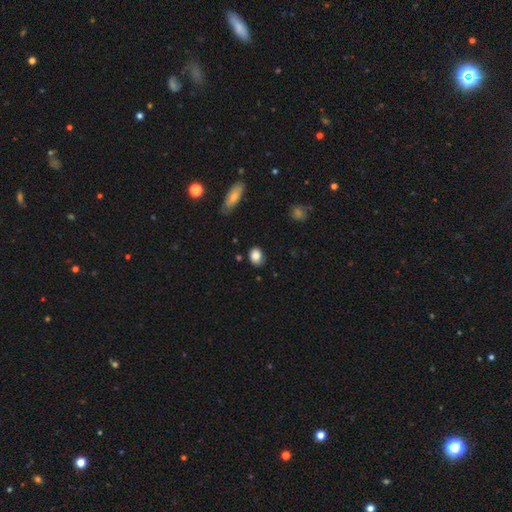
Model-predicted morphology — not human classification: A smooth galaxy with no disk features (85%) that is in between round and cigar-shaped (58%). Merging: none (76%).